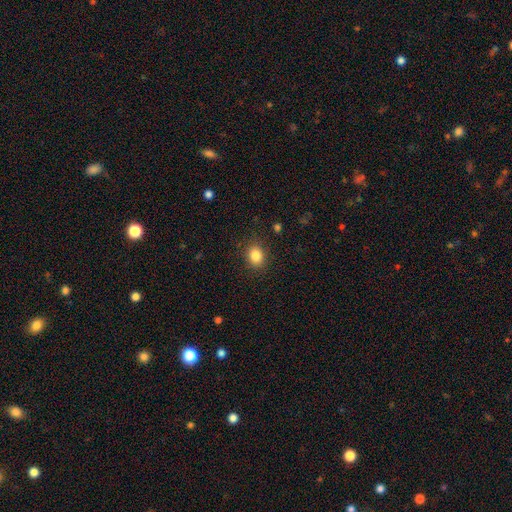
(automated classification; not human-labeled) This is clearly a smooth galaxy (85%). How rounded: possibly round (59%). Merging: clearly none (87%).